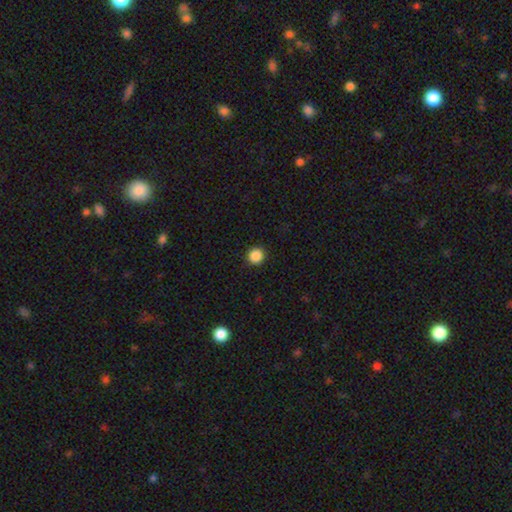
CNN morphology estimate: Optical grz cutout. It shows a smooth galaxy with no disk features (87%) that is round (95%). Merging: none (92%).